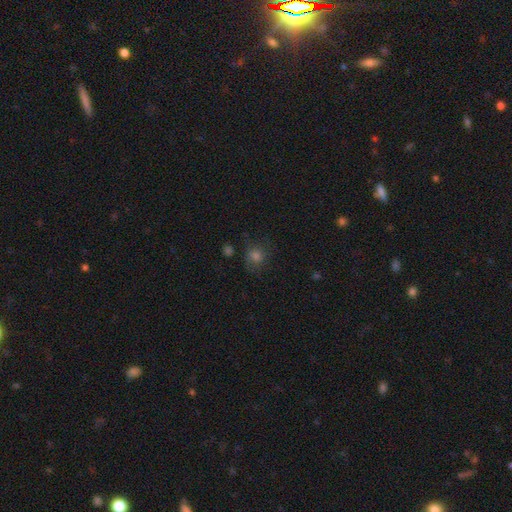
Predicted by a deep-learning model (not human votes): Smooth or featured? Predicted: smooth (p=0.62). How rounded? Predicted: round (p=0.82). Merging? Predicted: none (p=0.70).